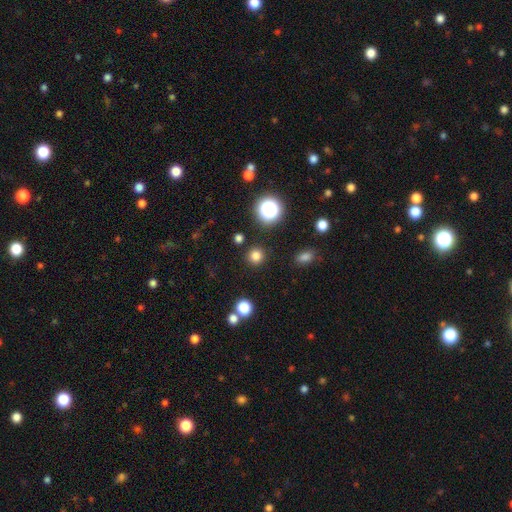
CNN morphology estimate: smooth-or-featured: smooth: 79% | star or artifact: 16% | featured or disk: 5%
  how-rounded: round: 94% | in between: 5% | cigar-shaped: 1%
  merging: none: 90% | minor disturbance: 6% | major disturbance: 3% | merger: 2%